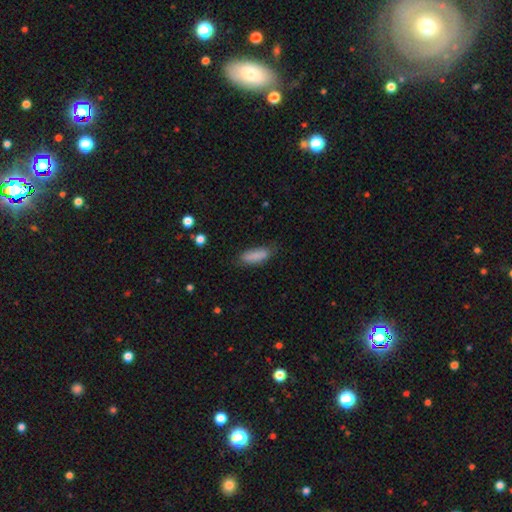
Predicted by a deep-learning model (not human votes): Smooth or featured? Predicted: smooth (p=0.85). How rounded? Predicted: in between (p=0.60). Merging? Predicted: none (p=0.71).